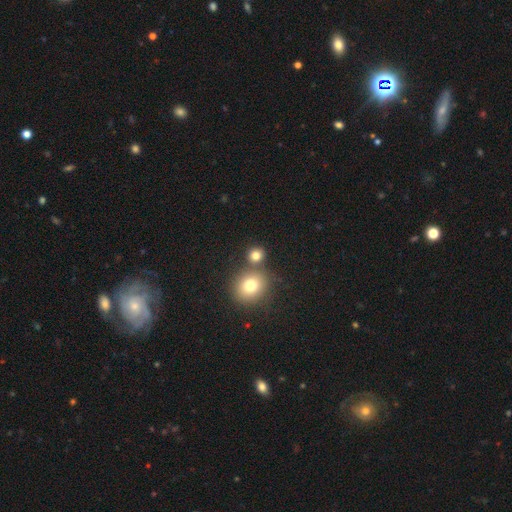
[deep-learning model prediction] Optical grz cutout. It shows a smooth galaxy with no disk features (79%) that is round (85%). Merging: none (69%).